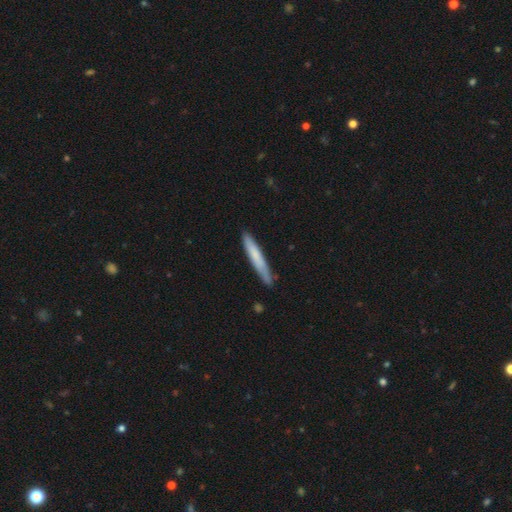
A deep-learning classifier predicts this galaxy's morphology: A smooth galaxy with no disk features (68%) that is cigar-shaped (94%). Merging: none (82%).